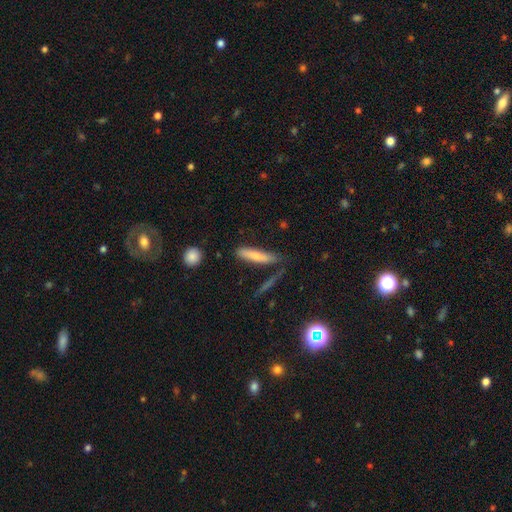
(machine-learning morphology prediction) Smooth or featured? smooth (74%)
How rounded? cigar-shaped (81%)
Merging? none (68%)